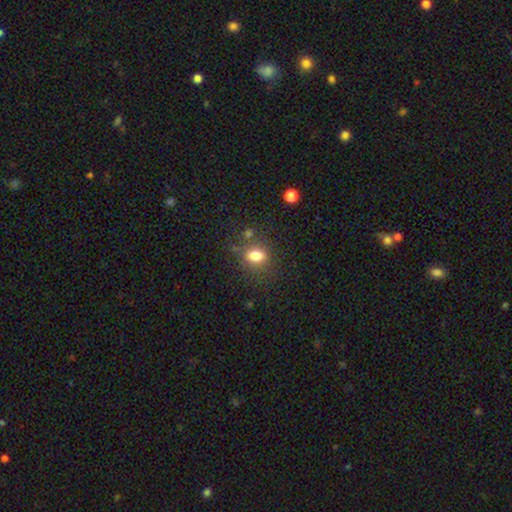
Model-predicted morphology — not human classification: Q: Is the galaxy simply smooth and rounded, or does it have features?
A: smooth — 79%.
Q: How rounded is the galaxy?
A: in between — 57%.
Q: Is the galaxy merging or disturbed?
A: none — 72%.